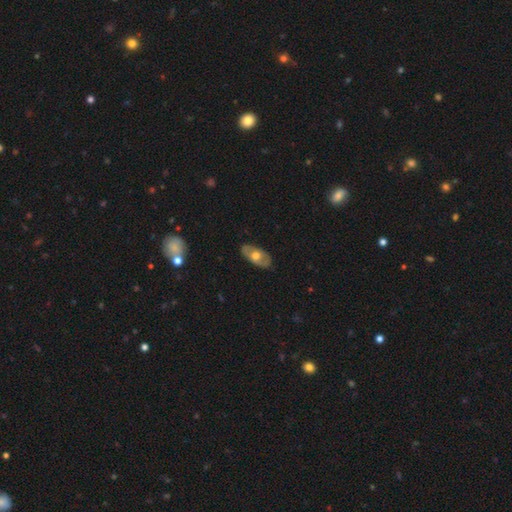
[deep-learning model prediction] Q: Smooth or featured?
A: featured or disk (49%); runner-up: smooth (45%)
Q: Merging?
A: none (84%); runner-up: minor disturbance (13%)